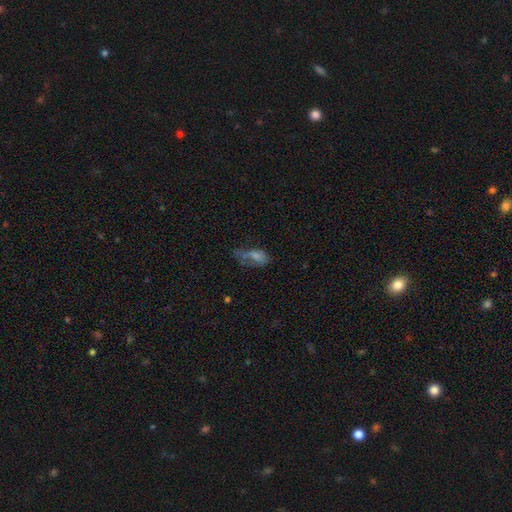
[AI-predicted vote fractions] Q: Smooth or featured?
A: smooth (44%); runner-up: featured or disk (35%)
Q: Merging?
A: none (37%); runner-up: major disturbance (32%)